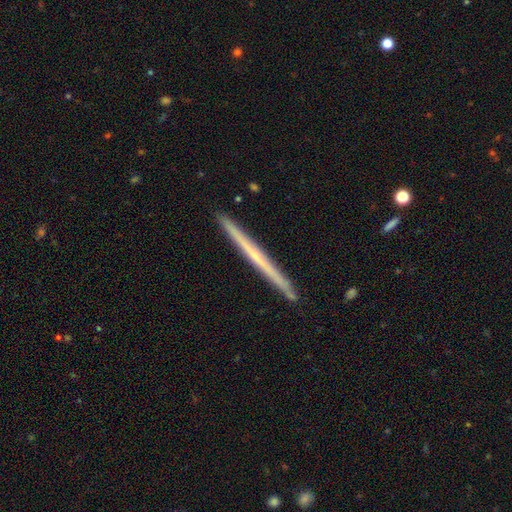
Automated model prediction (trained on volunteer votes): Smooth or featured: featured or disk — 61% (smooth — 34%)
Edge-on disk: yes — 98% (no — 2%)
Edge-on bulge: none — 79% (rounded — 17%)
Merging: none — 93% (minor disturbance — 5%)